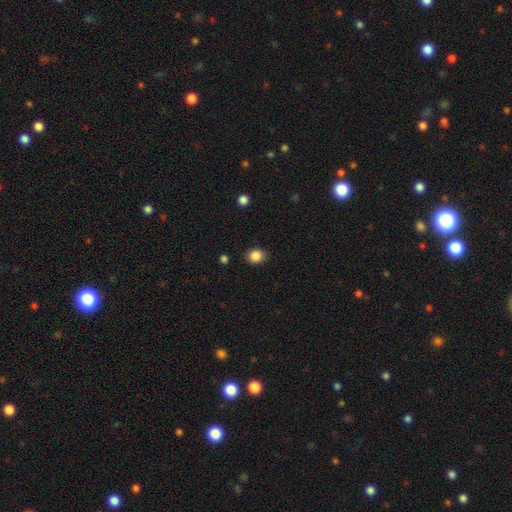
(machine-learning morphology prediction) The model was most divided on "how rounded": round: 55%, in between: 44%, cigar-shaped: 1%. More confident: merging — none (87%); smooth or featured — smooth (86%).